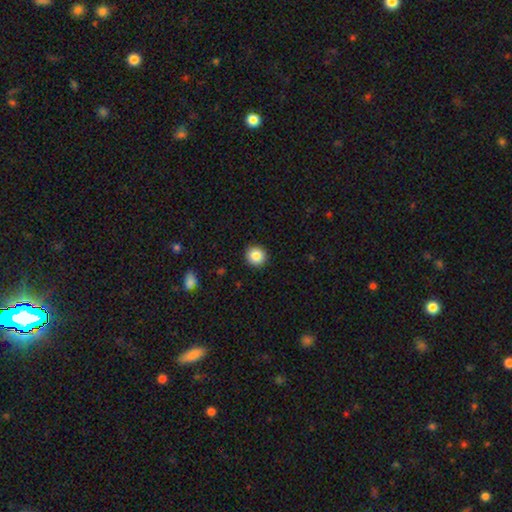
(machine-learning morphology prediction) type=smooth (87%); roundness=round (91%); merging=none (92%).